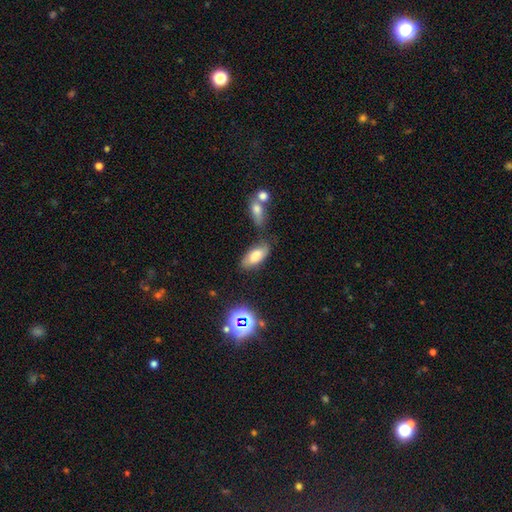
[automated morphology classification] type=smooth (77%); roundness=in between (86%); merging=none (63%).